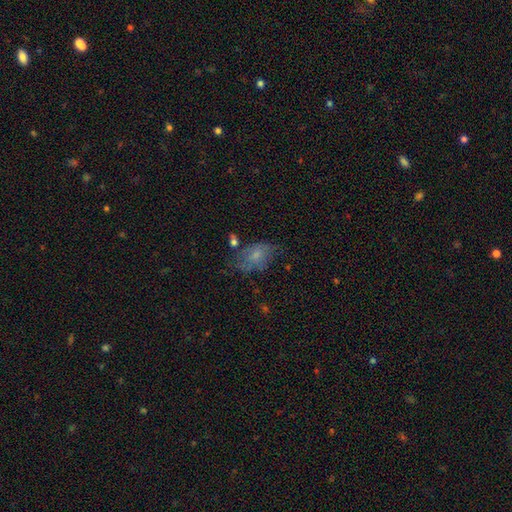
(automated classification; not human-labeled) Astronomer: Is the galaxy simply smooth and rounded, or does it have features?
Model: smooth — 61%.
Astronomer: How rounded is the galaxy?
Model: in between — 84%.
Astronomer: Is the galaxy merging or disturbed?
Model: none — 46% (runner-up: minor disturbance, 29%).